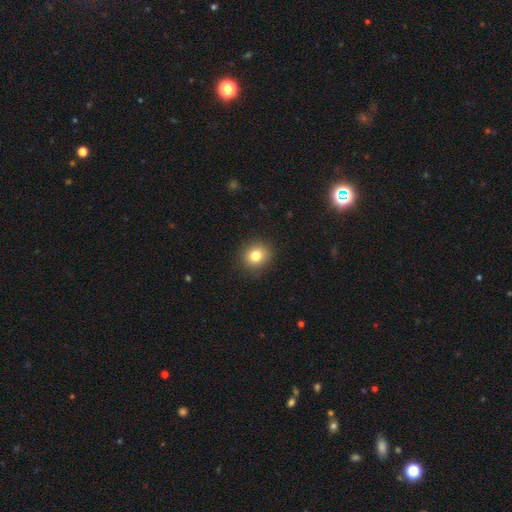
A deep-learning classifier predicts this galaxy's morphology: Overall: smooth (81%). How rounded: round (84%). Merging: none (90%).